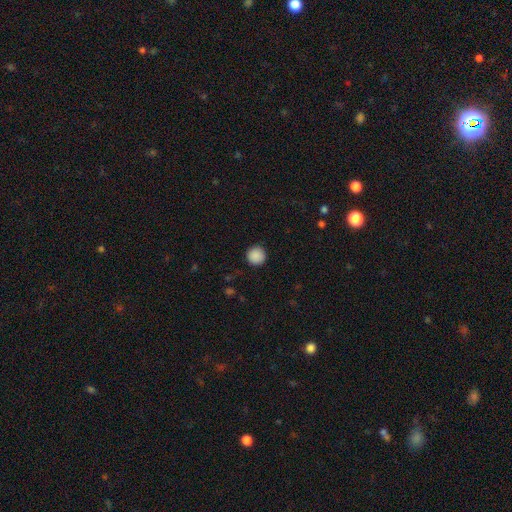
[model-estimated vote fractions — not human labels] A smooth galaxy with no disk features (89%) that is round (96%).

Vote fractions:
- Smooth or featured? smooth: 89% / star or artifact: 9% / featured or disk: 2%
- How rounded? round: 96% / in between: 3% / cigar-shaped: 1%
- Merging? none: 91% / minor disturbance: 6% / major disturbance: 2% / merger: 1%